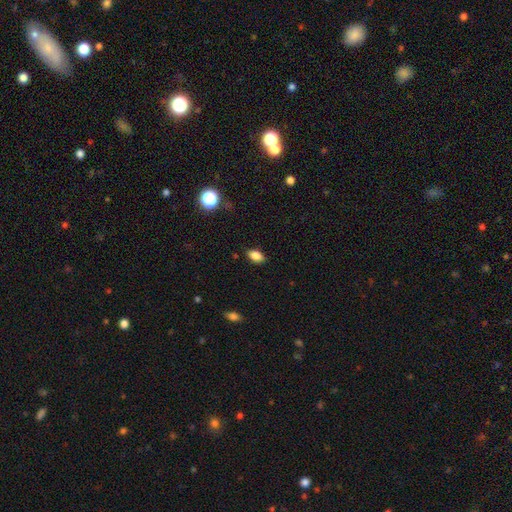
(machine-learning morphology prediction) Smooth or featured? Predicted: smooth (p=0.85). How rounded? Predicted: in between (p=0.88). Merging? Predicted: none (p=0.85).